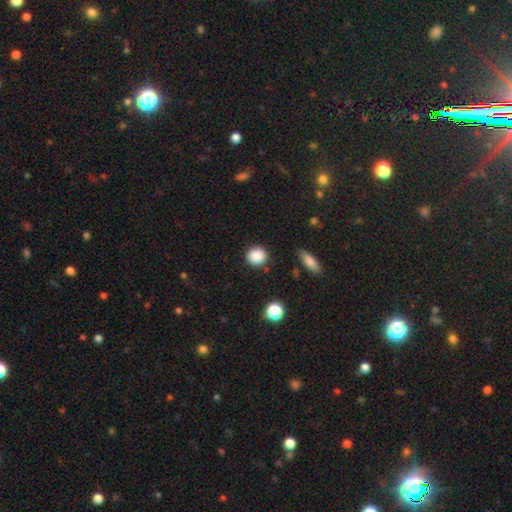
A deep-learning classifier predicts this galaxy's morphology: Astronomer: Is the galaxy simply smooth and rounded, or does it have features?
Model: smooth — 87%.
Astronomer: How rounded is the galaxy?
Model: round — 88%.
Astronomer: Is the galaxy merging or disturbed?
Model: none — 88%.